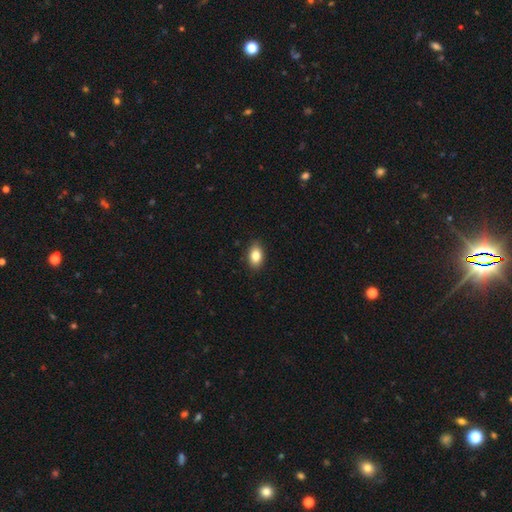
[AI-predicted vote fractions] smooth_or_featured: smooth (p=0.83) [alt: featured or disk p=0.09]
how_rounded: in between (p=0.88) [alt: round p=0.10]
merging: none (p=0.88) [alt: minor disturbance p=0.09]